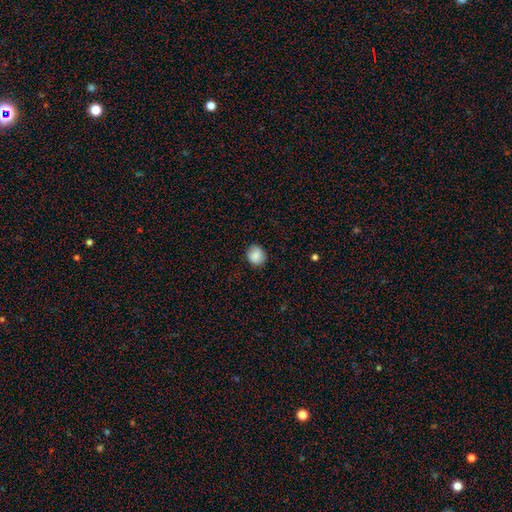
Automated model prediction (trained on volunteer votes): A smooth galaxy with no disk features (88%) that is round (80%).

Vote fractions:
- Smooth or featured? smooth: 88% / star or artifact: 8% / featured or disk: 4%
- How rounded? round: 80% / in between: 19% / cigar-shaped: 1%
- Merging? none: 87% / minor disturbance: 10% / major disturbance: 2% / merger: 1%